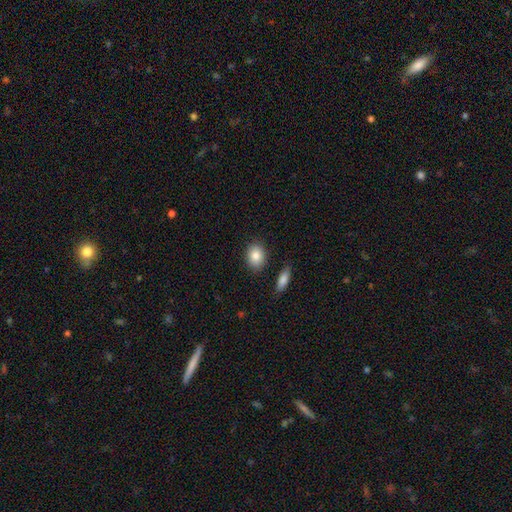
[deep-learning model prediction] smooth-or-featured: smooth: 85% | featured or disk: 7% | star or artifact: 7%
  how-rounded: in between: 59% | round: 40% | cigar-shaped: 2%
  merging: none: 86% | minor disturbance: 8% | merger: 3% | major disturbance: 2%